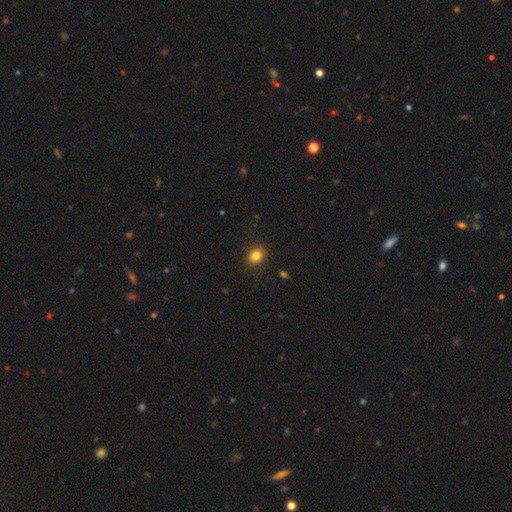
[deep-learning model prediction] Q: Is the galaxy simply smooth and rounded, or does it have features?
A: smooth — 84%.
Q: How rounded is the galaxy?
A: round — 62%.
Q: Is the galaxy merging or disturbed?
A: none — 90%.